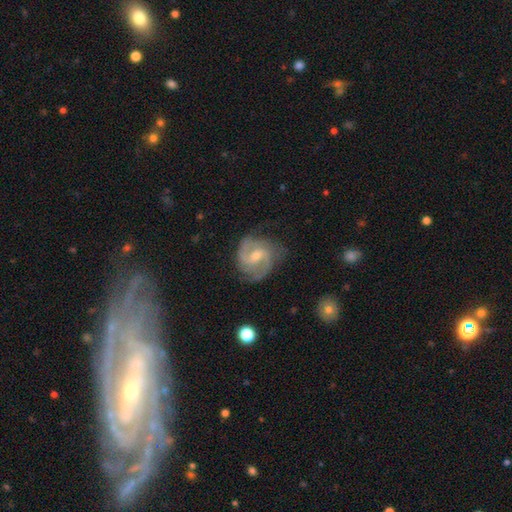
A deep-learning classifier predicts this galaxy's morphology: Smooth or featured: featured or disk — 86% (smooth — 8%)
Edge-on disk: no — 98% (yes — 2%)
Bar: weak — 58% (no — 26%)
Spiral arms: yes — 97% (no — 3%)
Spiral winding: medium — 52% (tight — 33%)
Spiral arm count: 2 — 76% (3 — 11%)
Bulge size: moderate — 54% (small — 37%)
Merging: none — 74% (minor disturbance — 18%)